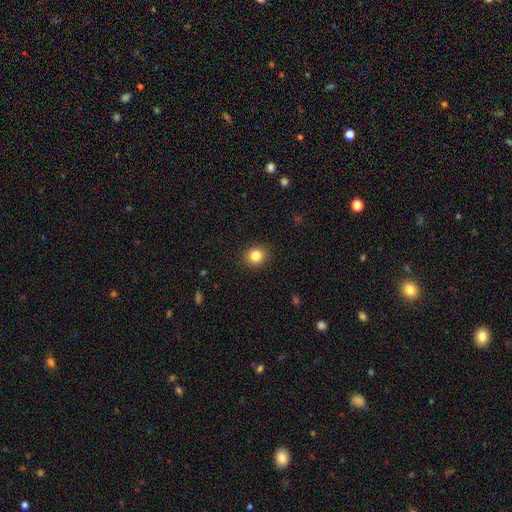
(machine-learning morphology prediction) Smooth or featured? Predicted: smooth (p=0.84). How rounded? Predicted: round (p=0.82). Merging? Predicted: none (p=0.90).